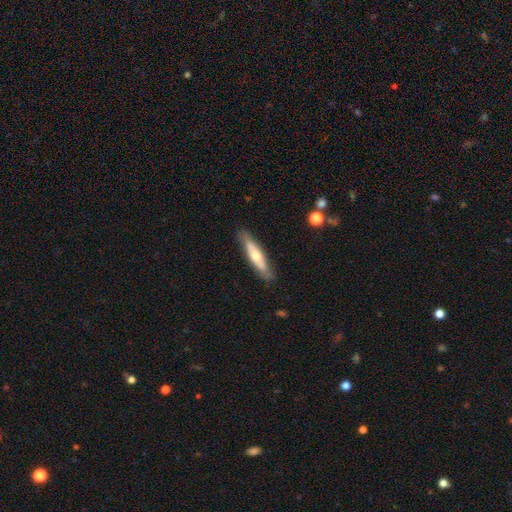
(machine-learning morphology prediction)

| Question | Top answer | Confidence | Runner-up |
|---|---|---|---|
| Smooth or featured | smooth | 50% | featured or disk (45%) |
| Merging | none | 83% | minor disturbance (13%) |